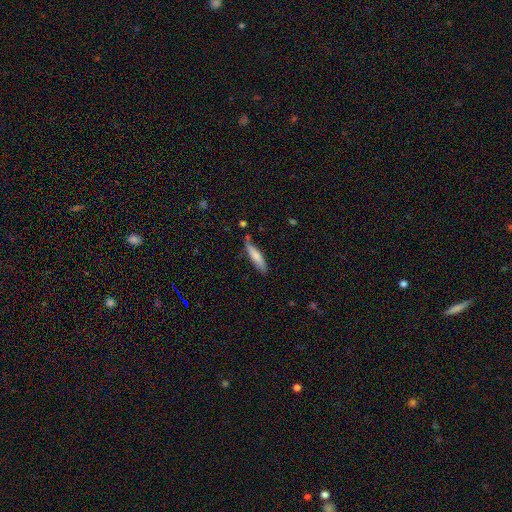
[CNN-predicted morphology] Smooth or featured?
  - smooth: 72% *
  - featured or disk: 22%
  - star or artifact: 6%
How rounded?
  - cigar-shaped: 79% *
  - in between: 20%
  - round: 1%
Merging?
  - none: 73% *
  - minor disturbance: 19%
  - merger: 5%
  - major disturbance: 4%